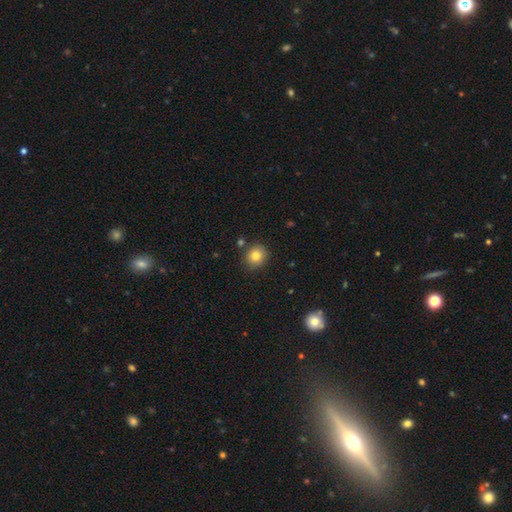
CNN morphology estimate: Overall: smooth (81%). How rounded: round (82%). Merging: none (83%).